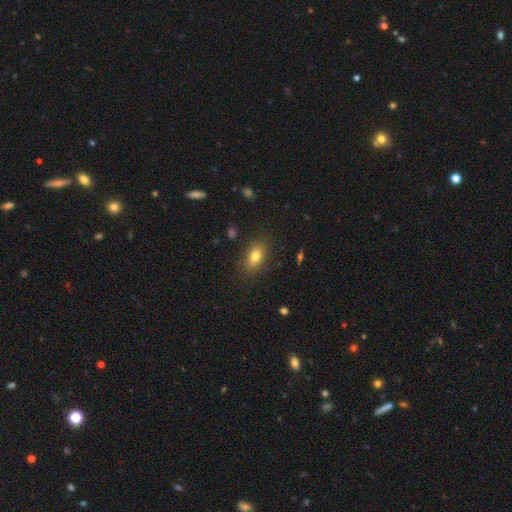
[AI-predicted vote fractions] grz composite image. It shows a smooth galaxy with no disk features (78%) that is in between round and cigar-shaped (83%). Merging: none (84%).